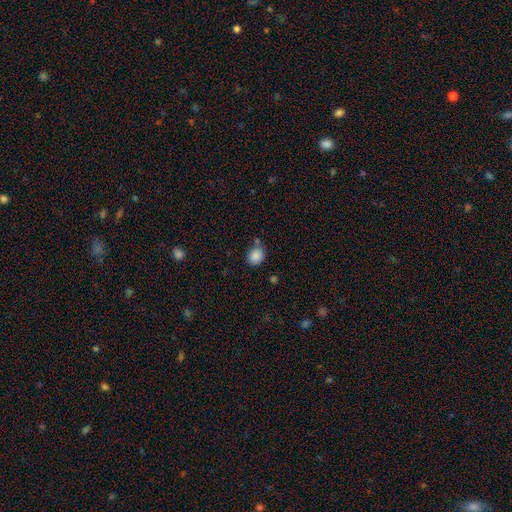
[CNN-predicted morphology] The model was most divided on "how rounded": round: 73%, in between: 27%, cigar-shaped: 1%. More confident: smooth or featured — smooth (87%); merging — none (70%).